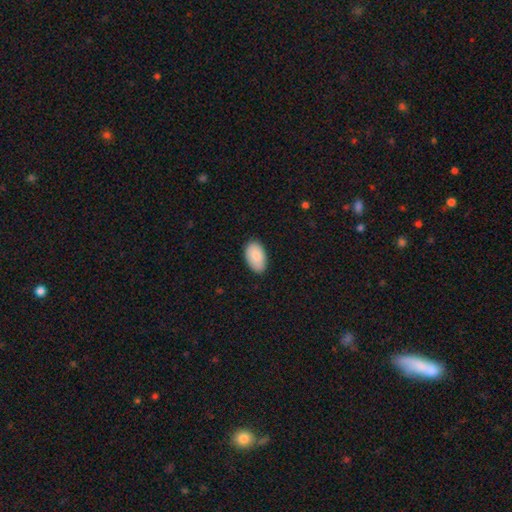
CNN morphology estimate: smooth_or_featured: smooth (p=0.87) [alt: featured or disk p=0.07]
how_rounded: in between (p=0.95) [alt: round p=0.04]
merging: none (p=0.84) [alt: minor disturbance p=0.13]